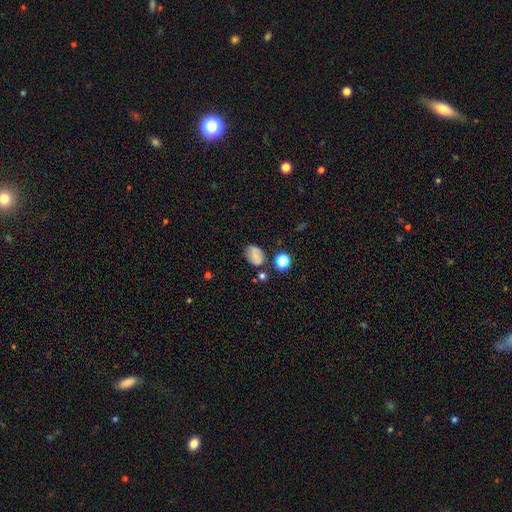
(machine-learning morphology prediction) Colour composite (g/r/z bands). It shows a smooth galaxy with no disk features (74%) that is in between round and cigar-shaped (77%). Merging: none (70%).